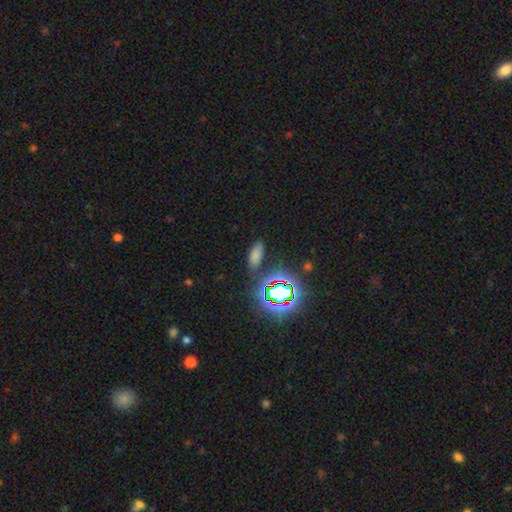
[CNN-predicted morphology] smooth 65%, star or artifact 27%, featured or disk 9%. Down the decision tree: how rounded — in between (80%); merging — none (79%).